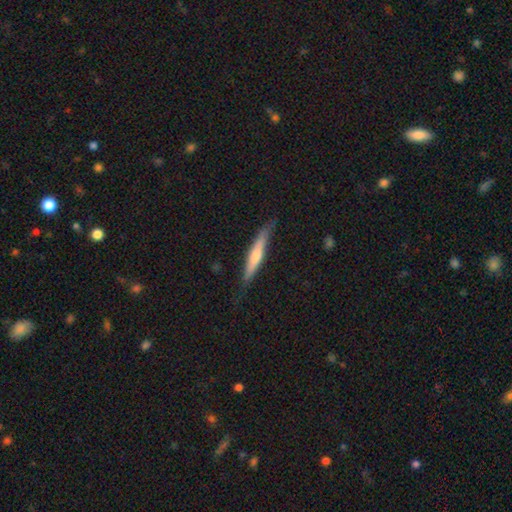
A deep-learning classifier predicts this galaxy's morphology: Smooth or featured?
  - featured or disk: 51% *
  - smooth: 44%
  - star or artifact: 6%
Edge-on disk?
  - yes: 93% *
  - no: 7%
Merging?
  - none: 77% *
  - minor disturbance: 18%
  - major disturbance: 3%
  - merger: 1%